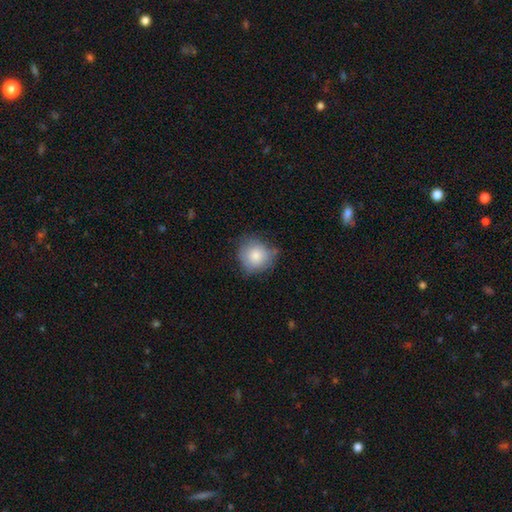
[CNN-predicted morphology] This appears to be a smooth galaxy with no disk features (81%) that is round (86%). Merging: none (61%).